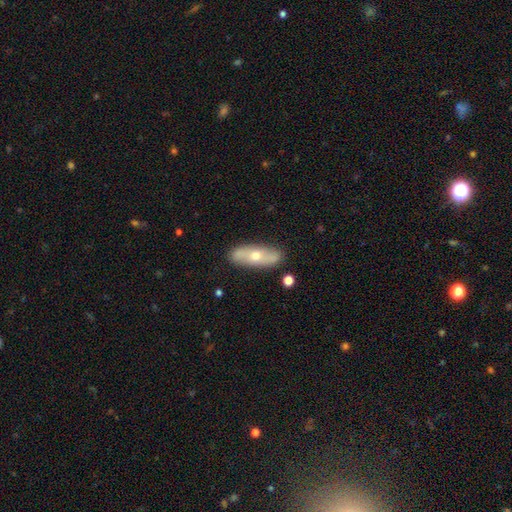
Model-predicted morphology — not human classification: Smooth or featured?
  - featured or disk: 49% *
  - smooth: 45%
  - star or artifact: 6%
Merging?
  - none: 85% *
  - minor disturbance: 11%
  - major disturbance: 2%
  - merger: 2%